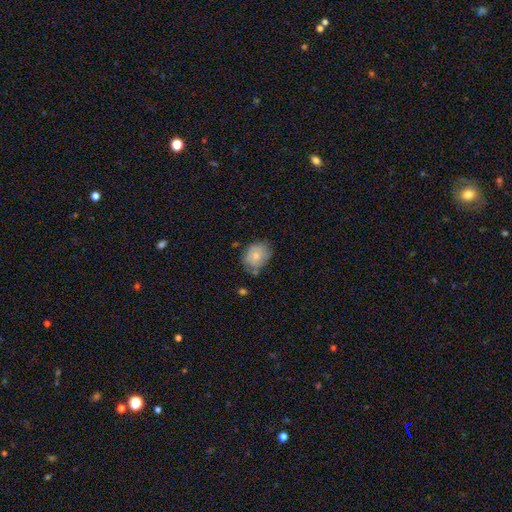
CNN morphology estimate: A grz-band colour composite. It shows a smooth galaxy with no disk features (71%) that is round (50%). Merging: none (58%).